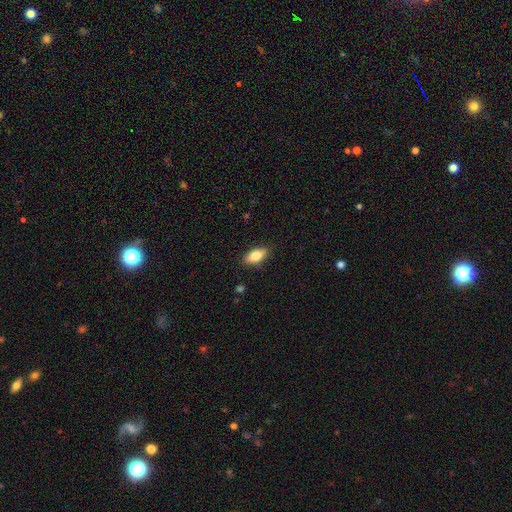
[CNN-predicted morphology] type=smooth (81%); roundness=in between (87%); merging=none (86%).